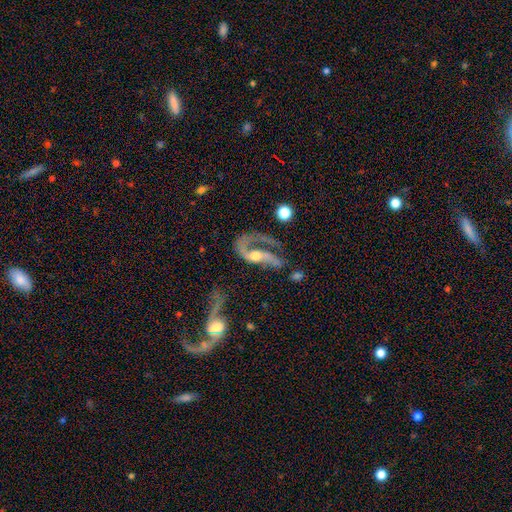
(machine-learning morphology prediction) type=featured or disk (83%); edge-on=no (92%); bar=no (50%); spiral arms=yes (87%); winding=loose (55%); arm count=2 (63%); bulge=moderate (58%); merging=major disturbance (38%).